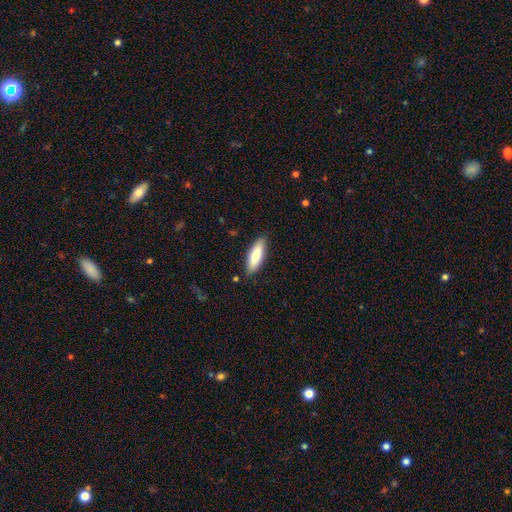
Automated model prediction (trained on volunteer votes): A smooth galaxy with no disk features (82%) that is in between round and cigar-shaped (54%). Merging: none (86%).